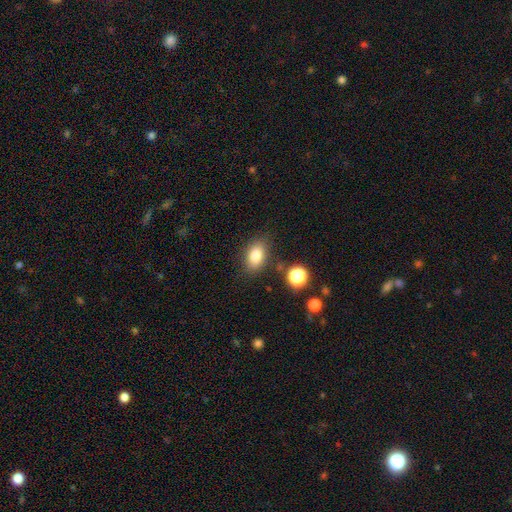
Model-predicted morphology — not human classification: smooth 81%, star or artifact 10%, featured or disk 9%. Down the decision tree: how rounded — in between (83%); merging — none (81%).